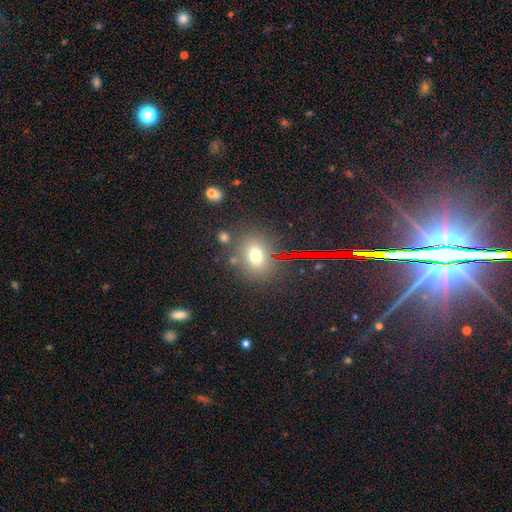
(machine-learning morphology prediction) Smooth or featured? smooth (69%)
How rounded? round (59%)
Merging? none (77%)